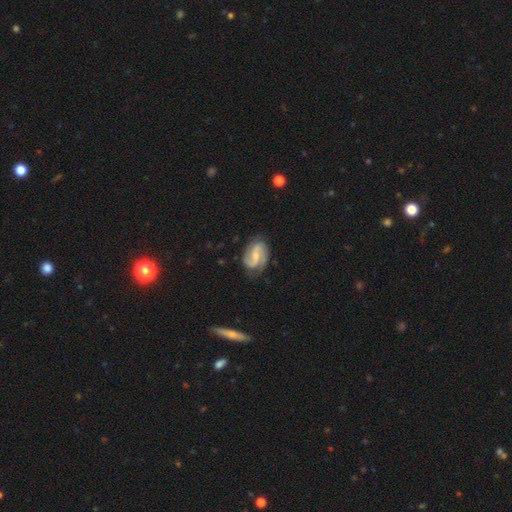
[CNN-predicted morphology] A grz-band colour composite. It shows a featured or disk galaxy (83%) with a weak bar (51%), 2 (87%) medium (46%) spiral arms (96%) and a small central bulge (59%). Merging: none (75%).